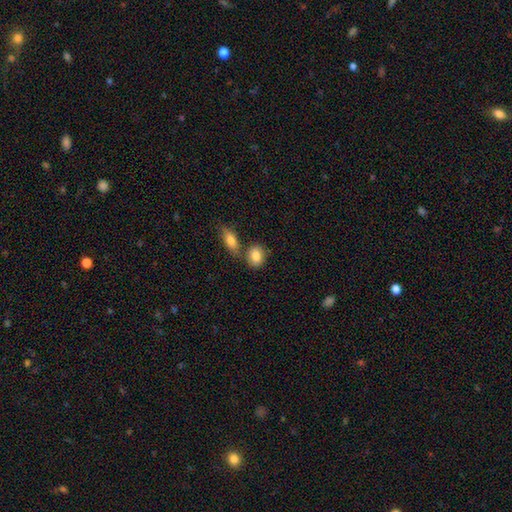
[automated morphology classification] smooth 85%, featured or disk 8%, star or artifact 7%. Down the decision tree: how rounded — in between (70%); merging — none (61%).